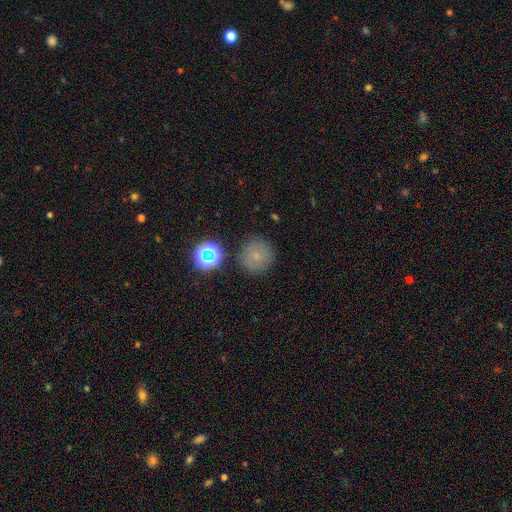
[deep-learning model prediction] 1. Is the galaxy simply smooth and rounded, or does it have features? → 61% smooth, 26% star or artifact, 13% featured or disk.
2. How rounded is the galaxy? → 93% round, 6% in between, 1% cigar-shaped.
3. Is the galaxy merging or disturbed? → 84% none, 9% minor disturbance, 4% merger, 3% major disturbance.